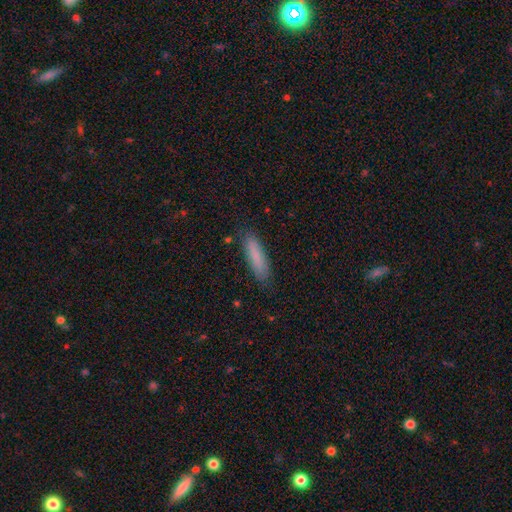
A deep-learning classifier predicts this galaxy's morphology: This appears to be a smooth galaxy with no disk features (84%) that is cigar-shaped (74%). Merging: none (85%).